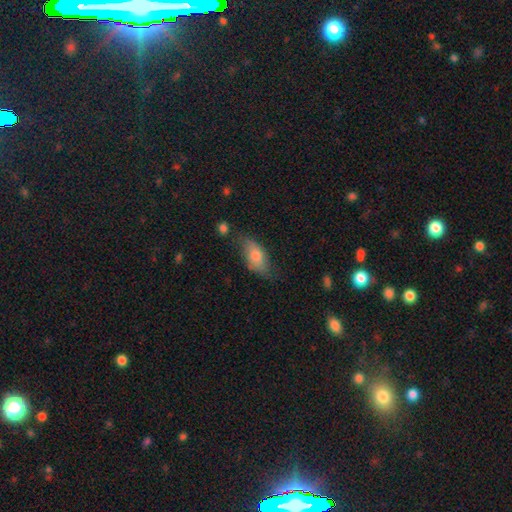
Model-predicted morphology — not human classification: Smooth or featured?
  - smooth: 71% *
  - featured or disk: 21%
  - star or artifact: 8%
How rounded?
  - in between: 85% *
  - cigar-shaped: 11%
  - round: 4%
Merging?
  - none: 63% *
  - minor disturbance: 27%
  - major disturbance: 8%
  - merger: 3%